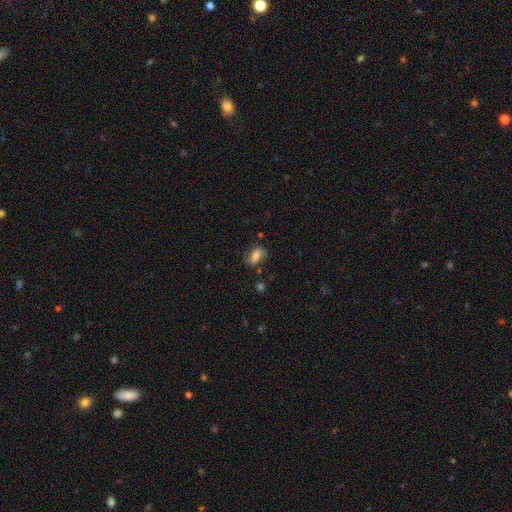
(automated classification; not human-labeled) smooth-or-featured: smooth: 64% | featured or disk: 26% | star or artifact: 10%
  how-rounded: in between: 83% | round: 13% | cigar-shaped: 4%
  merging: none: 69% | minor disturbance: 21% | major disturbance: 7% | merger: 3%